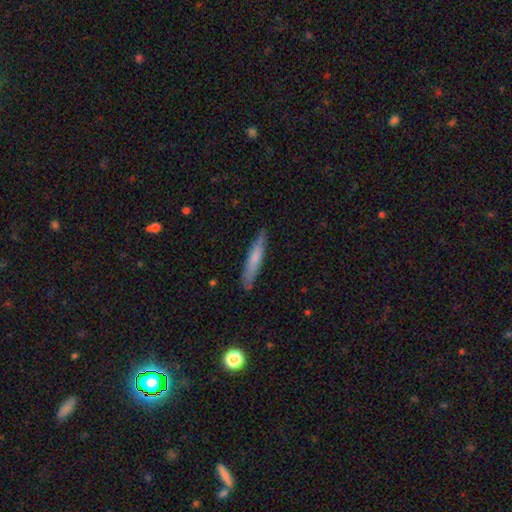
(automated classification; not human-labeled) The model was most divided on "smooth or featured": smooth: 65%, featured or disk: 30%, star or artifact: 6%. More confident: how rounded — cigar-shaped (91%); merging — none (85%).